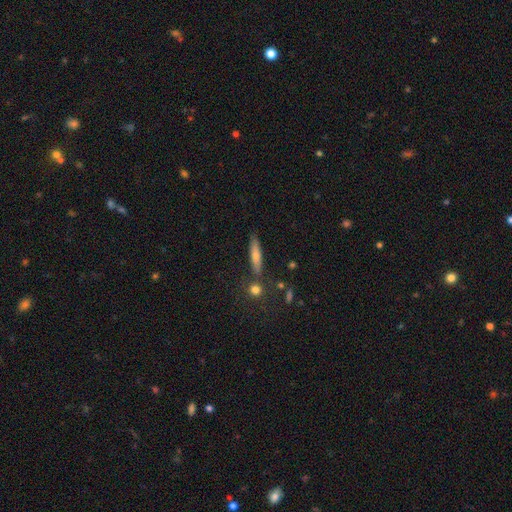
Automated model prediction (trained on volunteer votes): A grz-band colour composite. It shows a smooth galaxy with no disk features (65%) that is cigar-shaped (81%). Merging: none (79%).